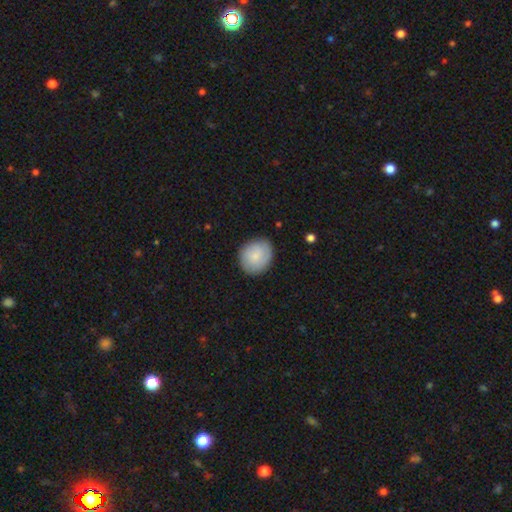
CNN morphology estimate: Overall: smooth (74%). How rounded: round (75%). Merging: none (82%).